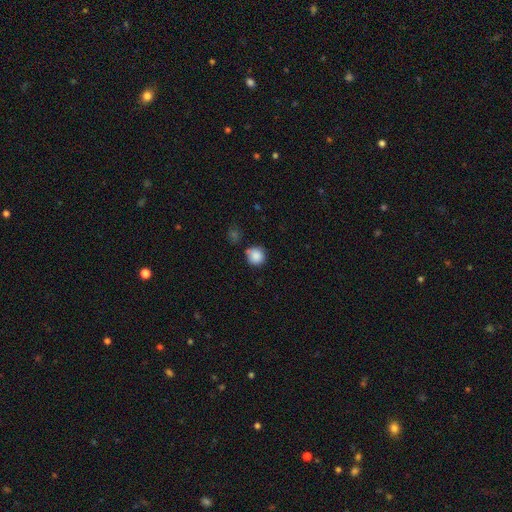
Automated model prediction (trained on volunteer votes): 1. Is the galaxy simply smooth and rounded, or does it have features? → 87% smooth, 9% star or artifact, 4% featured or disk.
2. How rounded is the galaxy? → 91% round, 8% in between, 1% cigar-shaped.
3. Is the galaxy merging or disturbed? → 74% none, 16% minor disturbance, 7% merger, 4% major disturbance.